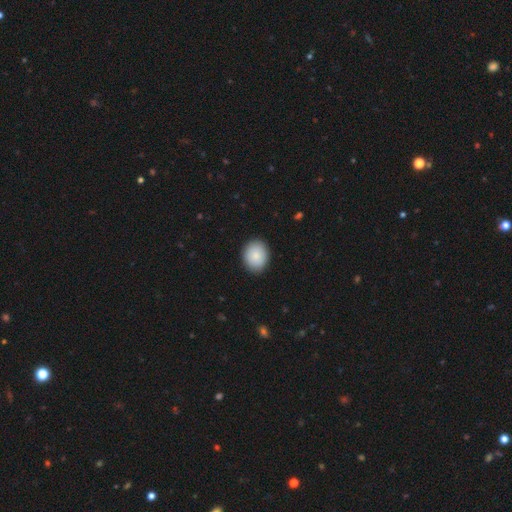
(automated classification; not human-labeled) Overall: smooth (87%). How rounded: round (50%; in between 49%). Merging: none (89%).